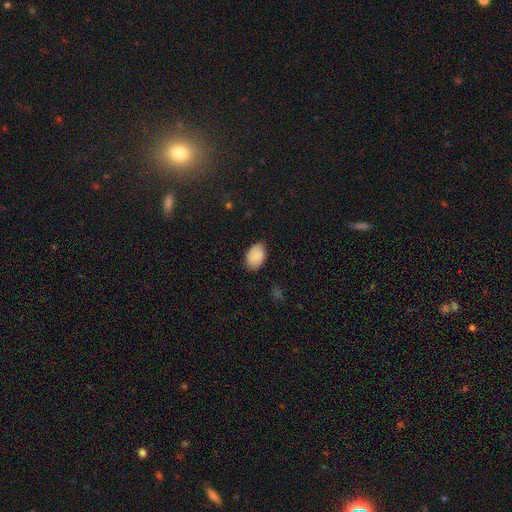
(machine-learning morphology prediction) Smooth or featured? Predicted: smooth (p=0.90). How rounded? Predicted: in between (p=0.87). Merging? Predicted: none (p=0.85).